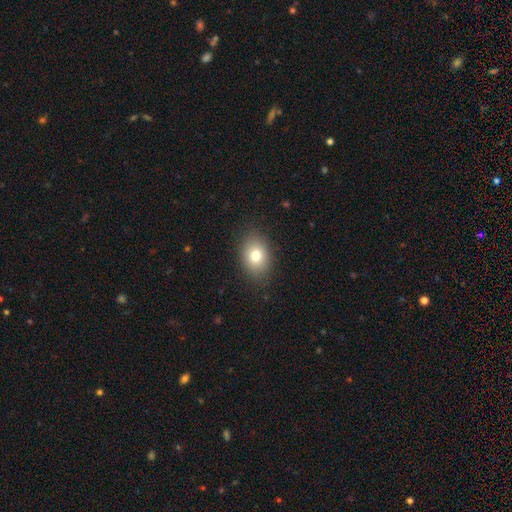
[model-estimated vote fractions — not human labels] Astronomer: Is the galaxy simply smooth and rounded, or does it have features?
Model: smooth — 78%.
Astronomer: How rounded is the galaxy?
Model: in between — 70%.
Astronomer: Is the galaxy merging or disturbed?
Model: none — 86%.